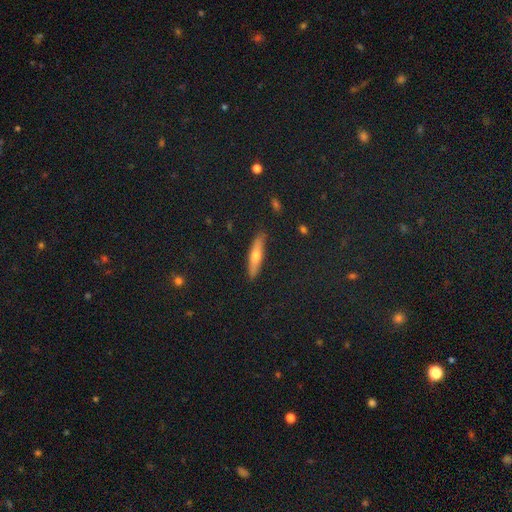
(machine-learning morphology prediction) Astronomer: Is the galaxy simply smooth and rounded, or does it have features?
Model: smooth — 48% (runner-up: featured or disk, 41%).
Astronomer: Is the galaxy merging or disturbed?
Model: none — 88%.